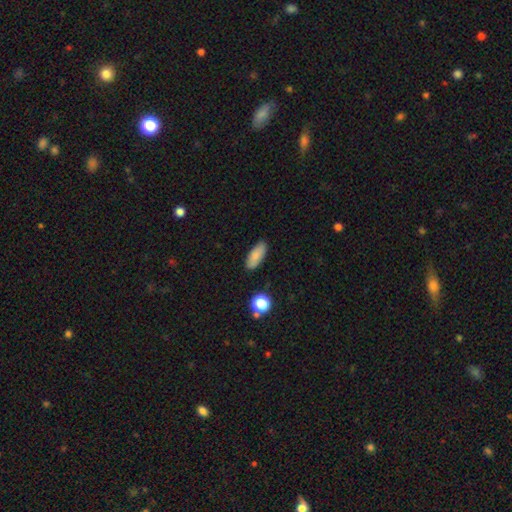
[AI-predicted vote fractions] A smooth galaxy with no disk features (84%) that is in between round and cigar-shaped (81%). Merging: none (86%).